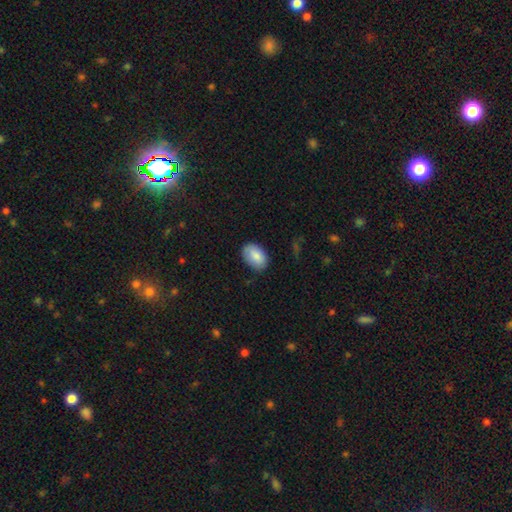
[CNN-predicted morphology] smooth_or_featured: smooth (p=0.85) [alt: featured or disk p=0.09]
how_rounded: in between (p=0.90) [alt: round p=0.09]
merging: none (p=0.77) [alt: minor disturbance p=0.19]